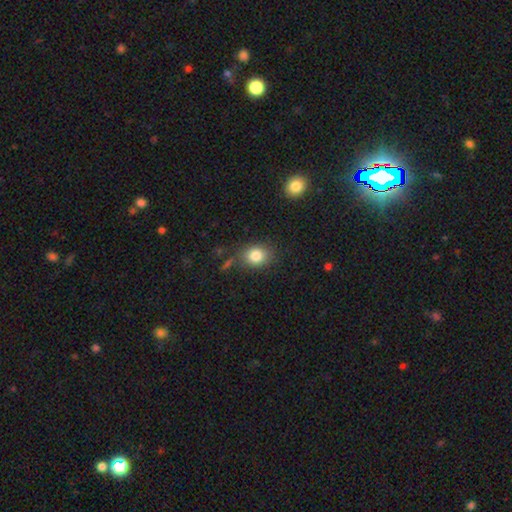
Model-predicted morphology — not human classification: smooth 83%, star or artifact 10%, featured or disk 7%. Down the decision tree: how rounded — round (55%); merging — none (79%).